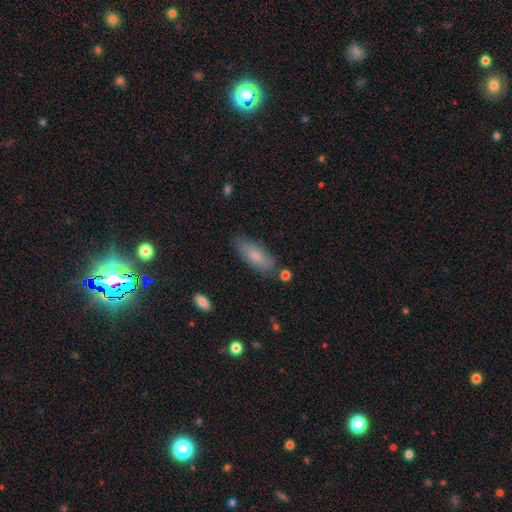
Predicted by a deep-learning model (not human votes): Q: Smooth or featured?
A: smooth (77%); runner-up: featured or disk (16%)
Q: How rounded?
A: in between (73%); runner-up: cigar-shaped (25%)
Q: Merging?
A: none (77%); runner-up: minor disturbance (16%)